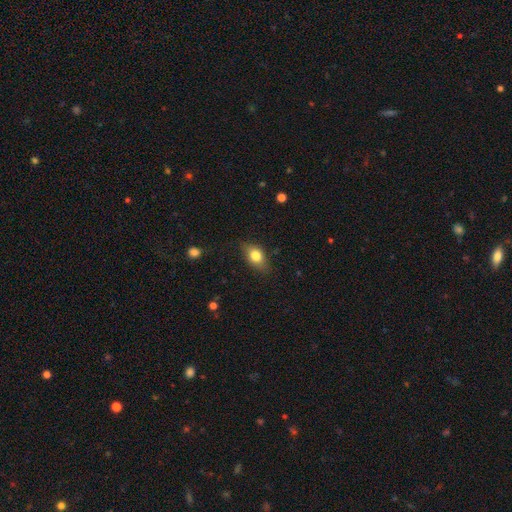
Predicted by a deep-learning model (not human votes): Overall: smooth (78%). How rounded: in between (78%). Merging: none (76%).